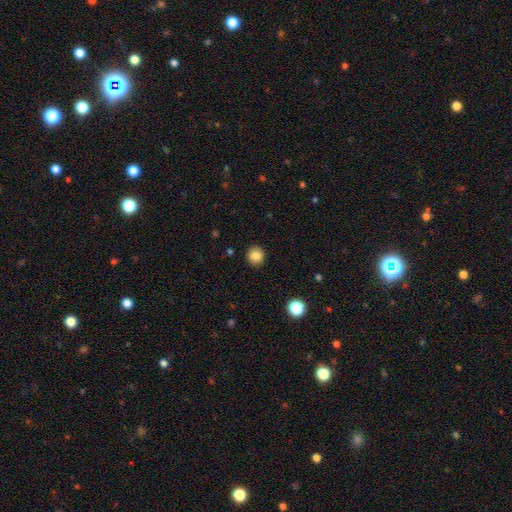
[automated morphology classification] Smooth or featured? smooth (84%)
How rounded? round (90%)
Merging? none (91%)